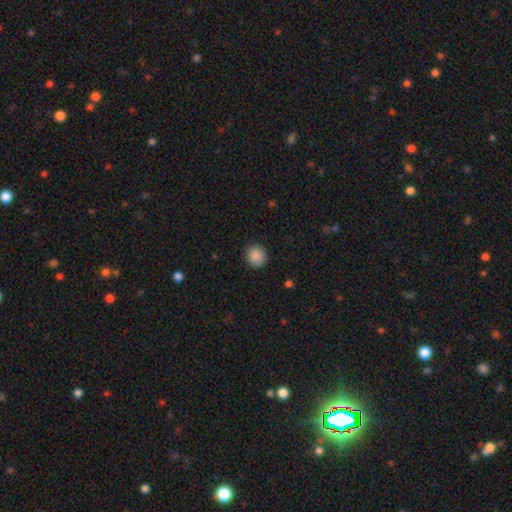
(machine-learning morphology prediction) smooth_or_featured: smooth (p=0.88) [alt: star or artifact p=0.09]
how_rounded: round (p=0.89) [alt: in between p=0.10]
merging: none (p=0.90) [alt: minor disturbance p=0.07]